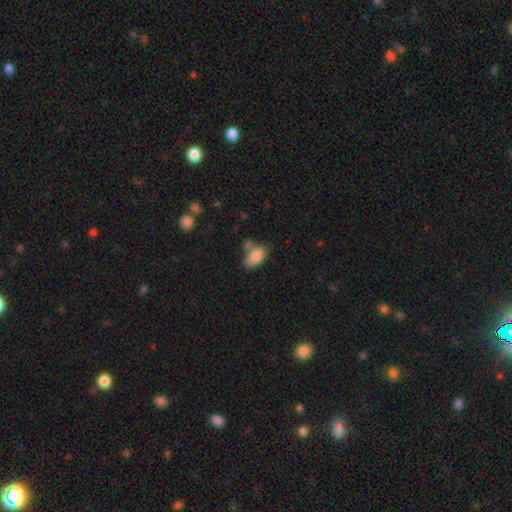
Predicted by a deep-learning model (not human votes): A smooth galaxy with no disk features (85%) that is in between round and cigar-shaped (91%).

Vote fractions:
- Smooth or featured? smooth: 85% / star or artifact: 8% / featured or disk: 7%
- How rounded? in between: 91% / round: 7% / cigar-shaped: 2%
- Merging? none: 45% / merger: 24% / minor disturbance: 22% / major disturbance: 8%